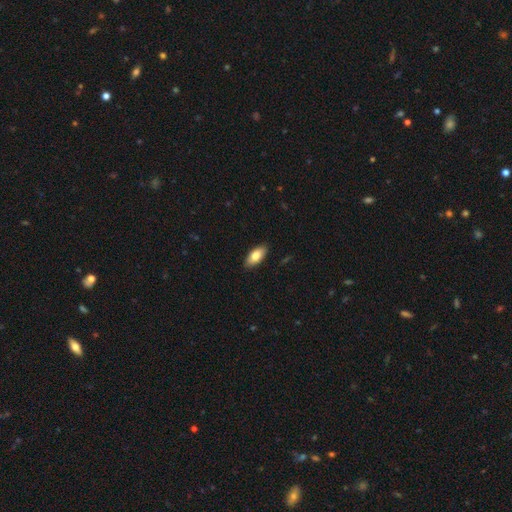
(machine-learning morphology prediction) Overall: smooth (81%). How rounded: in between (90%). Merging: none (89%).